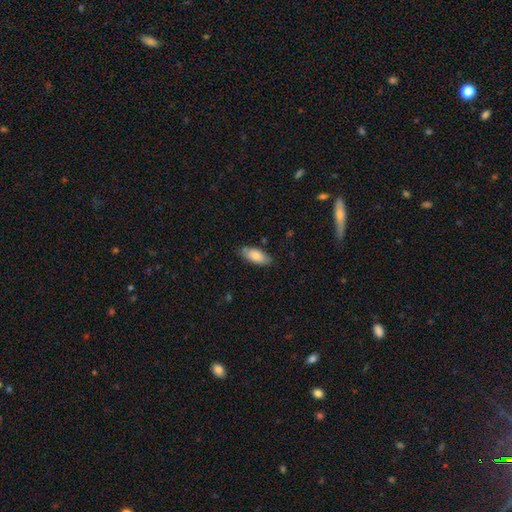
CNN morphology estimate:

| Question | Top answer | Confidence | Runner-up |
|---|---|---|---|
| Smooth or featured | smooth | 82% | featured or disk (12%) |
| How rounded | in between | 86% | cigar-shaped (12%) |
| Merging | none | 79% | minor disturbance (17%) |